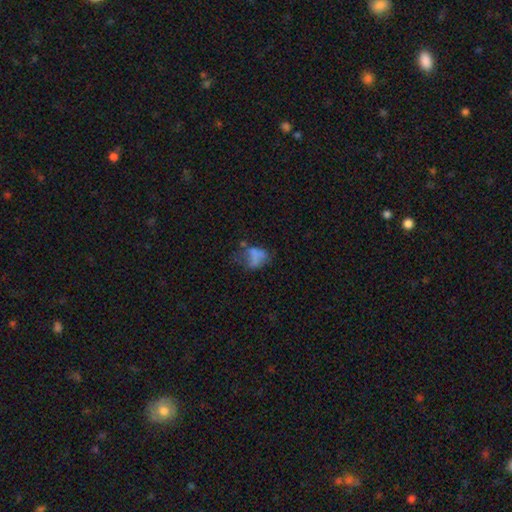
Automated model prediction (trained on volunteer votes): Overall: smooth (52%; featured or disk 33%). How rounded: in between (73%). Merging: major disturbance (35%; none 30%).